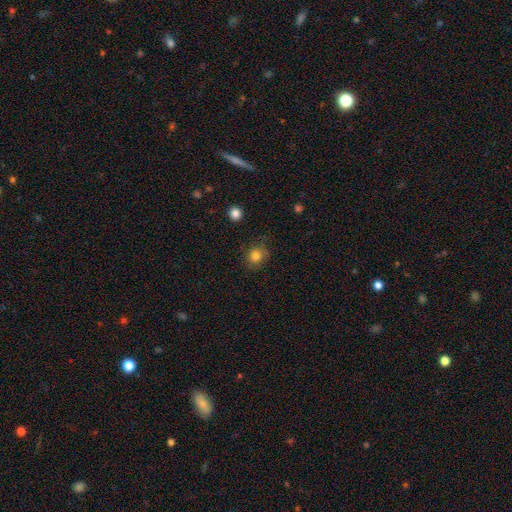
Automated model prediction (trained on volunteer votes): smooth_or_featured: smooth (p=0.82) [alt: star or artifact p=0.12]
how_rounded: round (p=0.78) [alt: in between p=0.21]
merging: none (p=0.80) [alt: minor disturbance p=0.15]